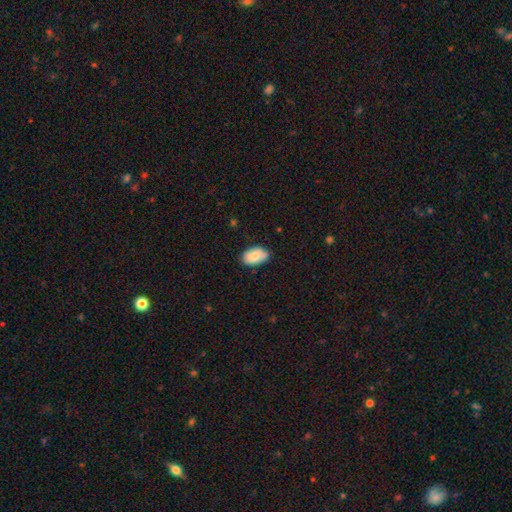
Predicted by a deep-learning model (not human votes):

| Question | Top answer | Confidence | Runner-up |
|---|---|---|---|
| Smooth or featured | smooth | 83% | featured or disk (10%) |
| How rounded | in between | 93% | round (6%) |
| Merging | none | 71% | minor disturbance (24%) |